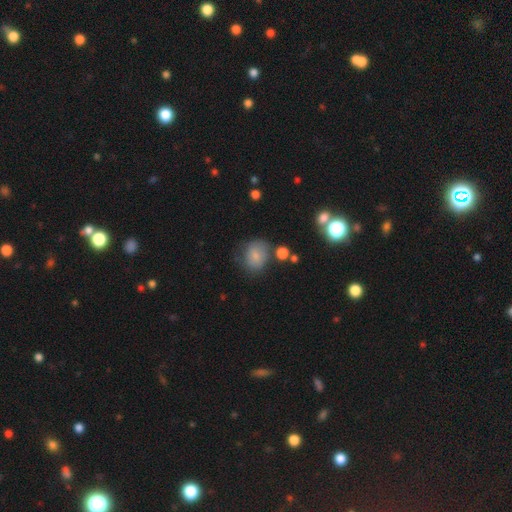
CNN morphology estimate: A smooth galaxy with no disk features (77%) that is round (60%).

Vote fractions:
- Smooth or featured? smooth: 77% / featured or disk: 13% / star or artifact: 10%
- How rounded? round: 60% / in between: 39% / cigar-shaped: 1%
- Merging? none: 60% / minor disturbance: 23% / major disturbance: 10% / merger: 7%